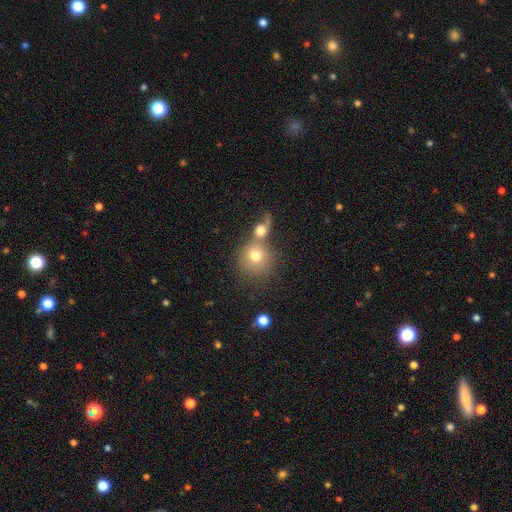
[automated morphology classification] A smooth galaxy with no disk features (73%) that is round (86%).

Vote fractions:
- Smooth or featured? smooth: 73% / featured or disk: 17% / star or artifact: 10%
- How rounded? round: 86% / in between: 13% / cigar-shaped: 1%
- Merging? merger: 48% / none: 38% / minor disturbance: 8% / major disturbance: 6%